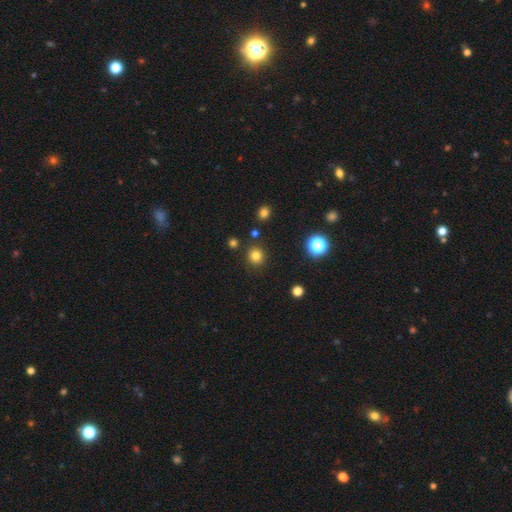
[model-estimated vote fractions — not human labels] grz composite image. It shows a smooth galaxy with no disk features (80%) that is round (91%). Merging: none (88%).